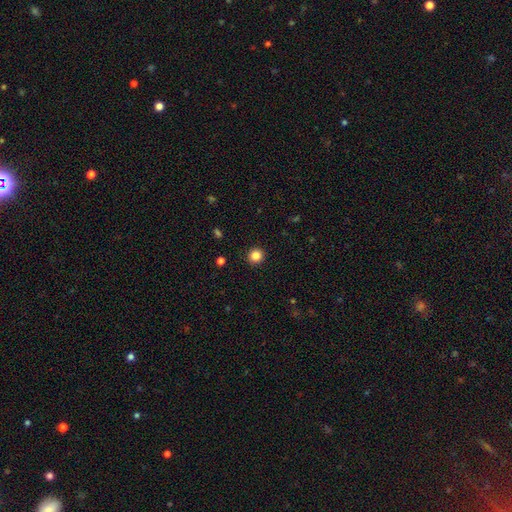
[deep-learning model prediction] Smooth or featured: smooth — 85% (star or artifact — 11%)
How rounded: round — 93% (in between — 6%)
Merging: none — 93% (minor disturbance — 5%)